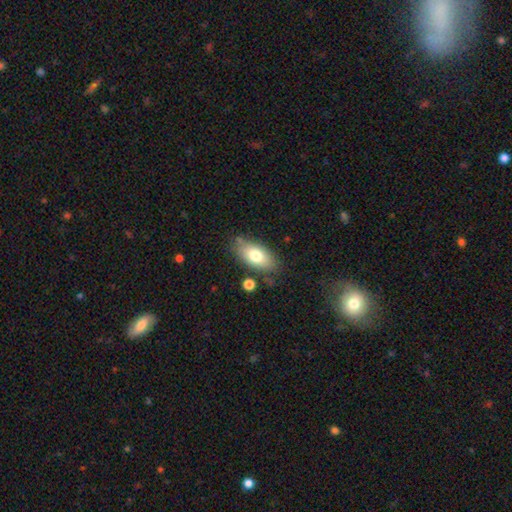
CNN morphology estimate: This is likely a smooth galaxy (74%). How rounded: clearly in between (90%). Merging: likely none (75%).